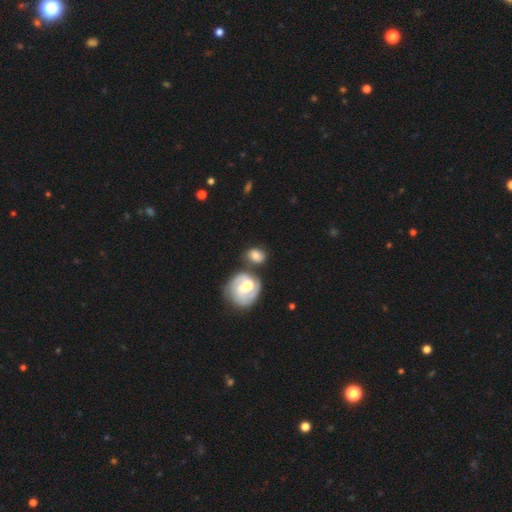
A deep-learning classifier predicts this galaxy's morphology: A smooth galaxy with no disk features (68%) that is in between round and cigar-shaped (54%).

Vote fractions:
- Smooth or featured? smooth: 68% / featured or disk: 24% / star or artifact: 8%
- How rounded? in between: 54% / round: 45% / cigar-shaped: 1%
- Merging? none: 55% / merger: 22% / minor disturbance: 17% / major disturbance: 7%